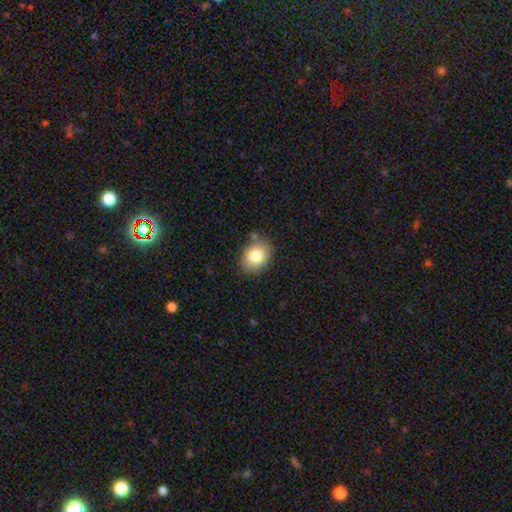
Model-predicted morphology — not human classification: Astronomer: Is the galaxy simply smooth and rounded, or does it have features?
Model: smooth — 81%.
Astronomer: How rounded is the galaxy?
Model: in between — 56% (runner-up: round, 43%).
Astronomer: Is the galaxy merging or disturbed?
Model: none — 81%.